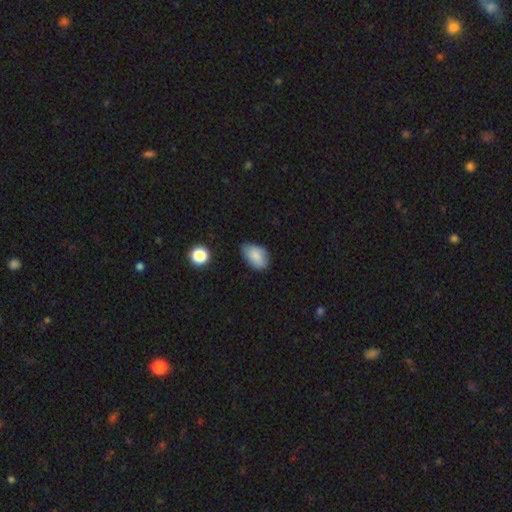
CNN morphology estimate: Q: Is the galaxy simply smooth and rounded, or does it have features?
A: smooth — 83%.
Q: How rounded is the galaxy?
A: in between — 88%.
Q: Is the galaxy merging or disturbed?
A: none — 58%.